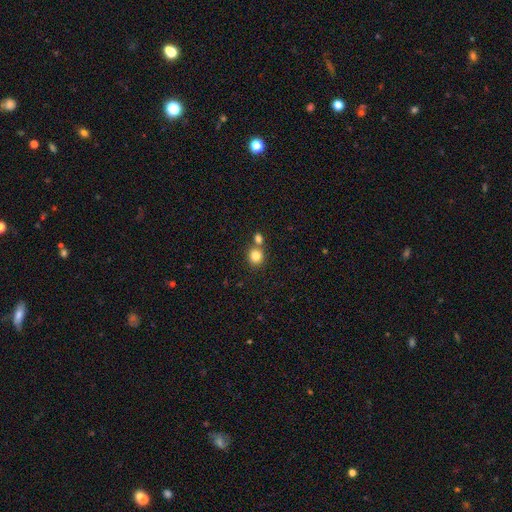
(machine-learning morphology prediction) type=smooth (83%); roundness=round (87%); merging=none (62%).